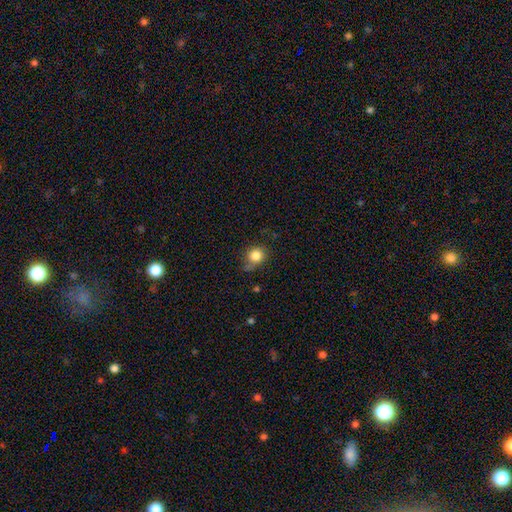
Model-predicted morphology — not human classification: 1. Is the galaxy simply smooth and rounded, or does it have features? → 83% smooth, 11% star or artifact, 6% featured or disk.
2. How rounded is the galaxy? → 84% round, 15% in between, 1% cigar-shaped.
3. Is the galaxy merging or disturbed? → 67% none, 22% minor disturbance, 6% major disturbance, 5% merger.